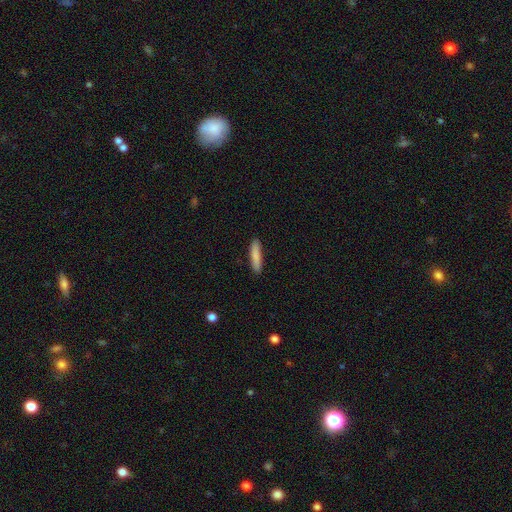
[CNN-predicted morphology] This is clearly a smooth galaxy (85%). How rounded: clearly cigar-shaped (85%). Merging: clearly none (89%).